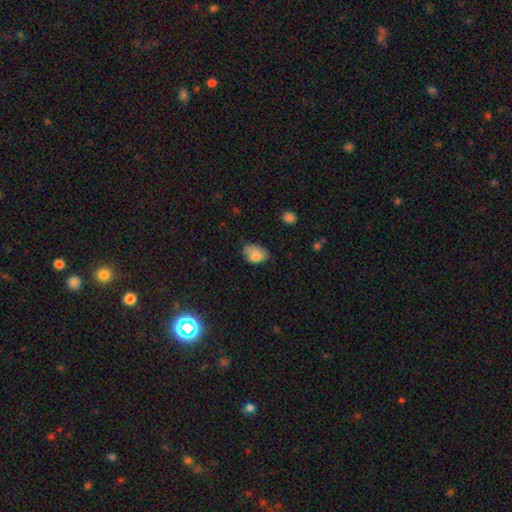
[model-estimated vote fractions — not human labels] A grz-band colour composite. It shows a smooth galaxy with no disk features (81%) that is in between round and cigar-shaped (85%). Merging: none (50%).